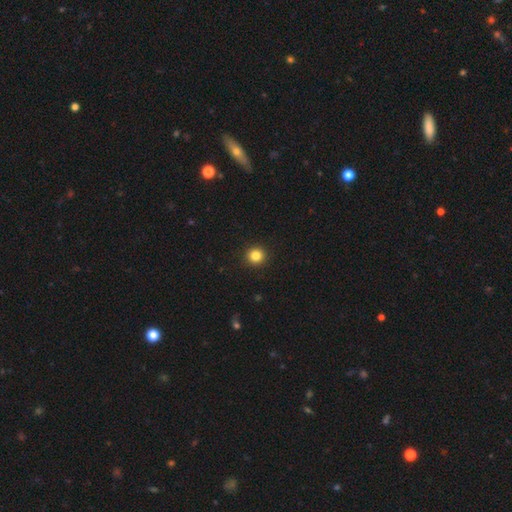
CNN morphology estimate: smooth 84%, star or artifact 12%, featured or disk 5%. Down the decision tree: how rounded — round (94%); merging — none (93%).